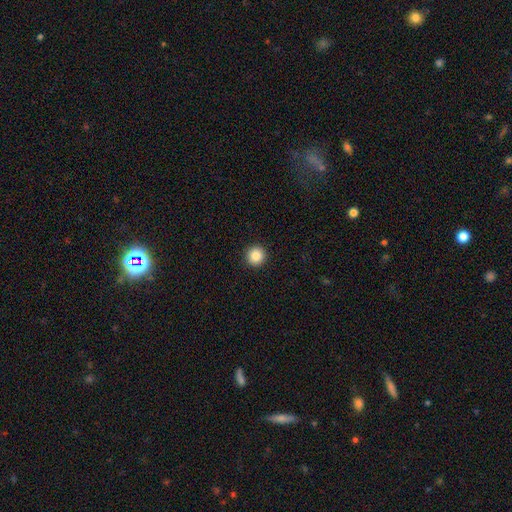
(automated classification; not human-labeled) The model was most divided on "smooth or featured": smooth: 87%, star or artifact: 9%, featured or disk: 4%. More confident: how rounded — round (96%); merging — none (94%).